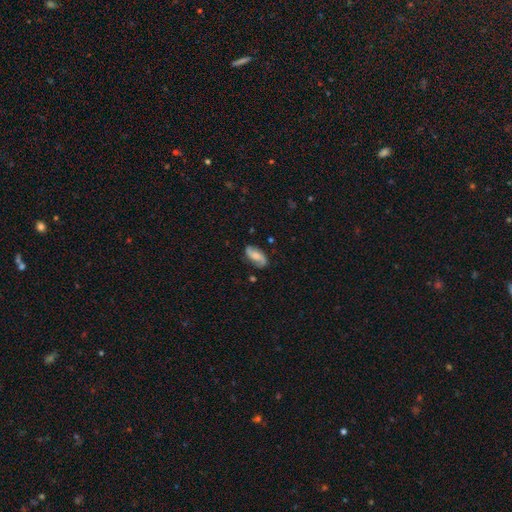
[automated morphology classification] Q: Smooth or featured?
A: featured or disk (63%); runner-up: smooth (29%)
Q: Edge-on disk?
A: no (95%); runner-up: yes (5%)
Q: Bar?
A: no (48%); runner-up: weak (37%)
Q: Spiral arms?
A: yes (94%); runner-up: no (6%)
Q: Spiral winding?
A: loose (50%); runner-up: medium (34%)
Q: Spiral arm count?
A: 2 (90%); runner-up: can't tell (4%)
Q: Bulge size?
A: none (33%); runner-up: moderate (26%)
Q: Merging?
A: none (77%); runner-up: minor disturbance (16%)